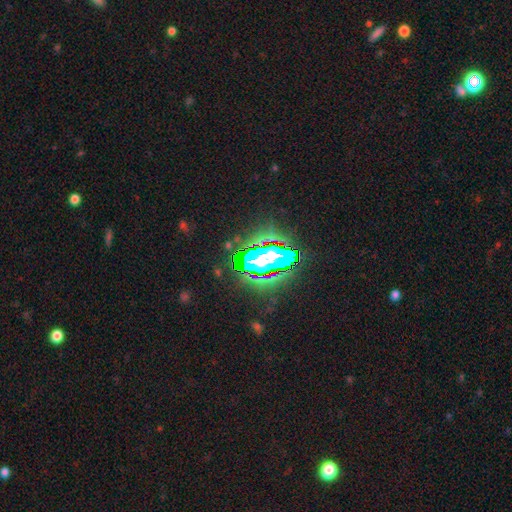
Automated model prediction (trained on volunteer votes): smooth_or_featured: star or artifact (p=0.62) [alt: featured or disk p=0.23]